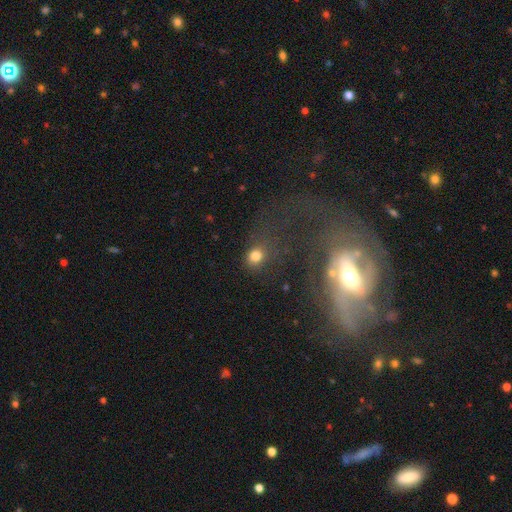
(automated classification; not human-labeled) This is likely a smooth galaxy (77%). How rounded: likely round (66%). Merging: likely none (70%).